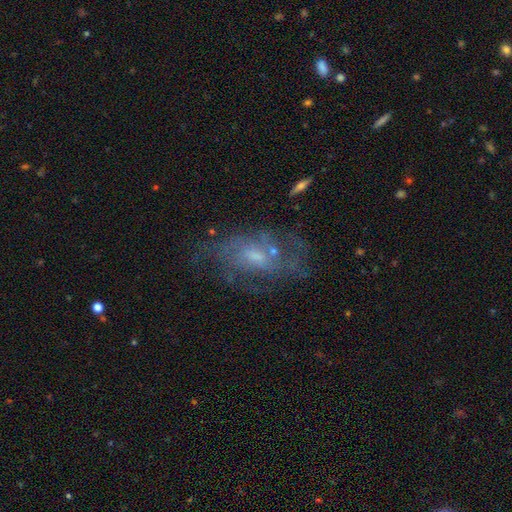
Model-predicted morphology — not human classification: Q: Smooth or featured?
A: featured or disk (67%); runner-up: smooth (22%)
Q: Edge-on disk?
A: no (93%); runner-up: yes (7%)
Q: Bar?
A: no (55%); runner-up: weak (39%)
Q: Spiral arms?
A: yes (66%); runner-up: no (34%)
Q: Bulge size?
A: small (42%); runner-up: moderate (41%)
Q: Merging?
A: none (54%); runner-up: minor disturbance (20%)